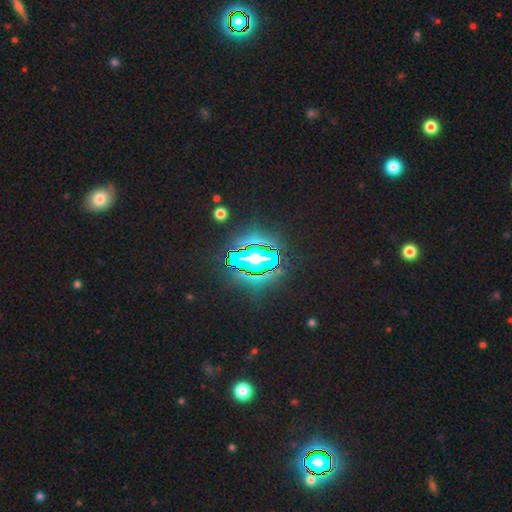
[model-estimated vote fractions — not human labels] A star or artifact, not a galaxy (72%).